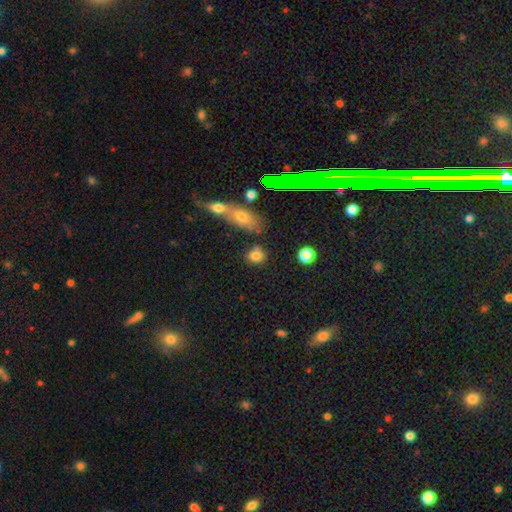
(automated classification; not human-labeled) smooth-or-featured: smooth: 79% | star or artifact: 12% | featured or disk: 8%
  how-rounded: round: 64% | in between: 33% | cigar-shaped: 3%
  merging: none: 71% | merger: 14% | minor disturbance: 12% | major disturbance: 4%